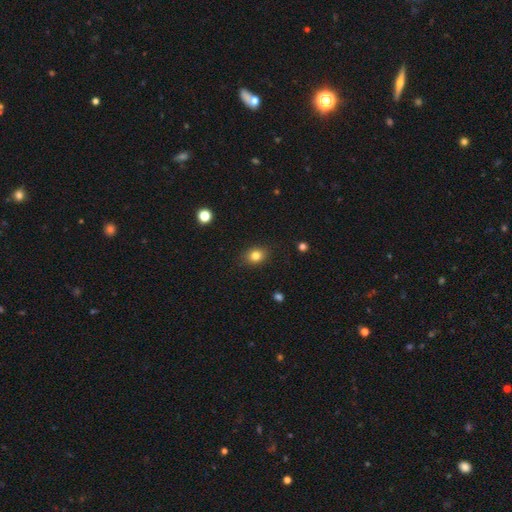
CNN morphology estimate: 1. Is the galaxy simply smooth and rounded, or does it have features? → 82% smooth, 11% star or artifact, 7% featured or disk.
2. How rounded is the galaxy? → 50% round, 49% in between, 1% cigar-shaped.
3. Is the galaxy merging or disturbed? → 87% none, 9% minor disturbance, 2% major disturbance, 1% merger.